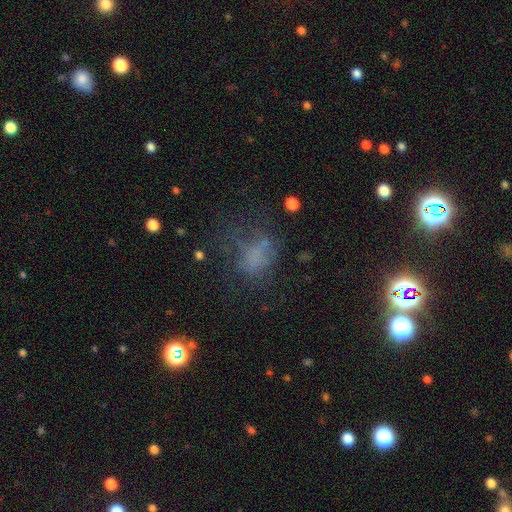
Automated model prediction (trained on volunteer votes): Morphology: type=smooth (48%); merging=none (43%).